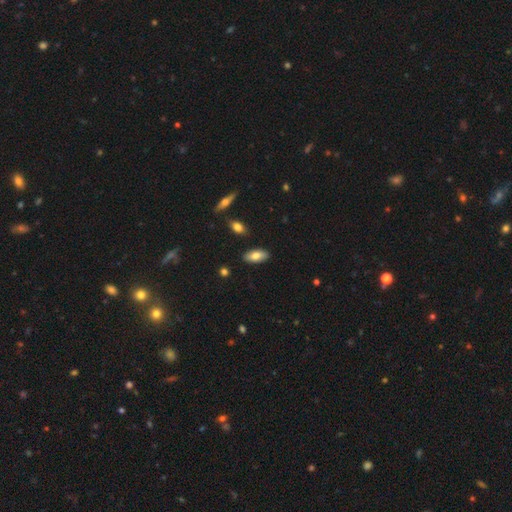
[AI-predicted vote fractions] Q: Smooth or featured?
A: smooth (77%); runner-up: featured or disk (17%)
Q: How rounded?
A: in between (89%); runner-up: cigar-shaped (9%)
Q: Merging?
A: none (88%); runner-up: minor disturbance (9%)